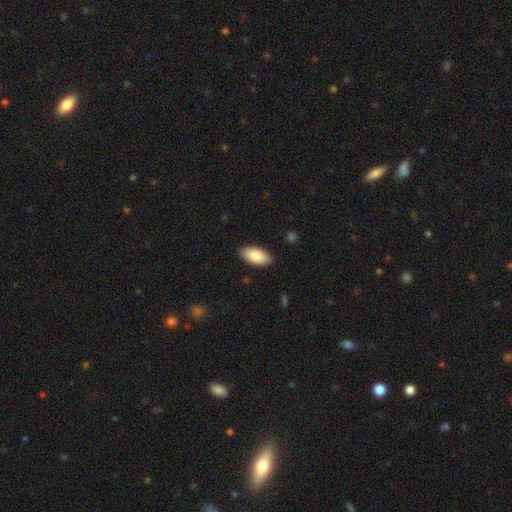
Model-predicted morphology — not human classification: Smooth or featured: smooth — 85% (featured or disk — 9%)
How rounded: in between — 91% (cigar-shaped — 7%)
Merging: none — 88% (minor disturbance — 9%)